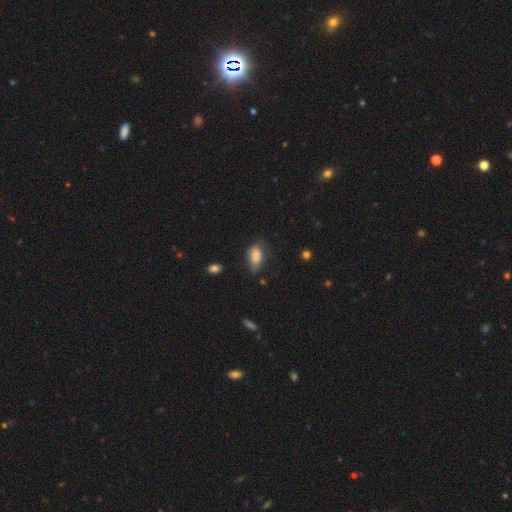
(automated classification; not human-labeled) Smooth or featured? Predicted: smooth (p=0.81). How rounded? Predicted: in between (p=0.90). Merging? Predicted: none (p=0.58).